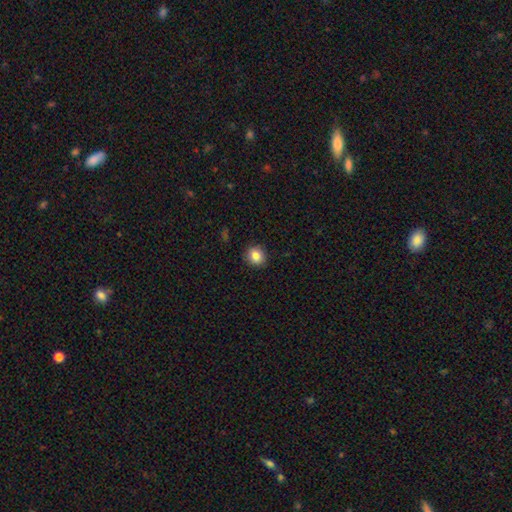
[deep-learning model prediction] A smooth galaxy with no disk features (84%) that is round (83%).

Vote fractions:
- Smooth or featured? smooth: 84% / star or artifact: 10% / featured or disk: 6%
- How rounded? round: 83% / in between: 16% / cigar-shaped: 1%
- Merging? none: 90% / minor disturbance: 7% / major disturbance: 2% / merger: 1%